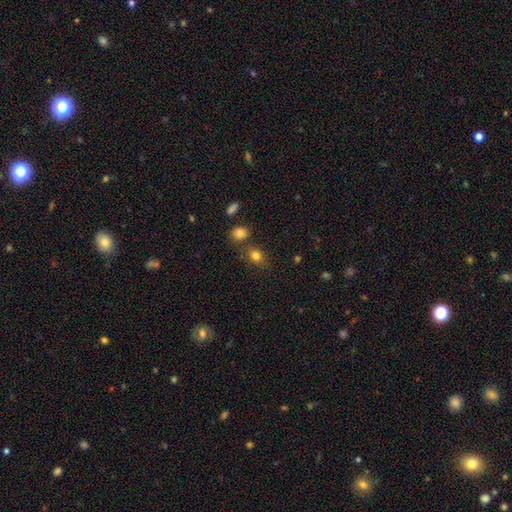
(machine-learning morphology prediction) Smooth or featured? smooth (81%)
How rounded? in between (53%)
Merging? none (71%)